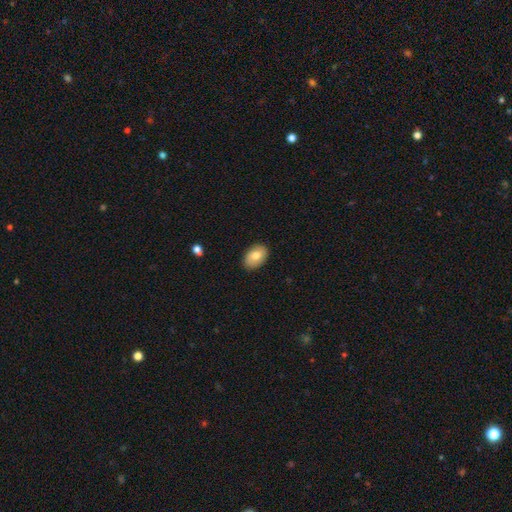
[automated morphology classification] Q: Smooth or featured?
A: smooth (77%); runner-up: featured or disk (16%)
Q: How rounded?
A: in between (86%); runner-up: round (13%)
Q: Merging?
A: none (87%); runner-up: minor disturbance (10%)